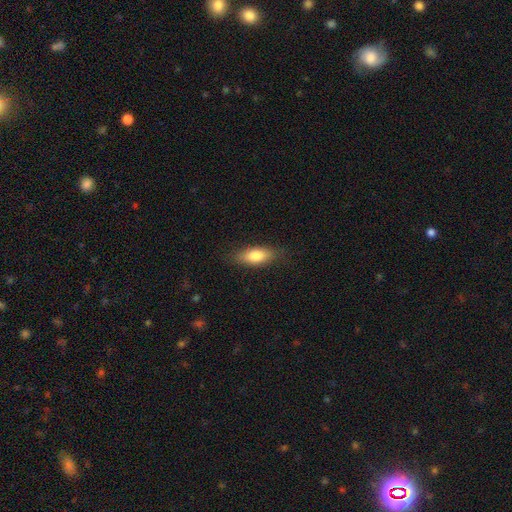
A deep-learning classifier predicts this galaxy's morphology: A smooth galaxy with no disk features (80%) that is in between round and cigar-shaped (76%). Merging: none (82%).